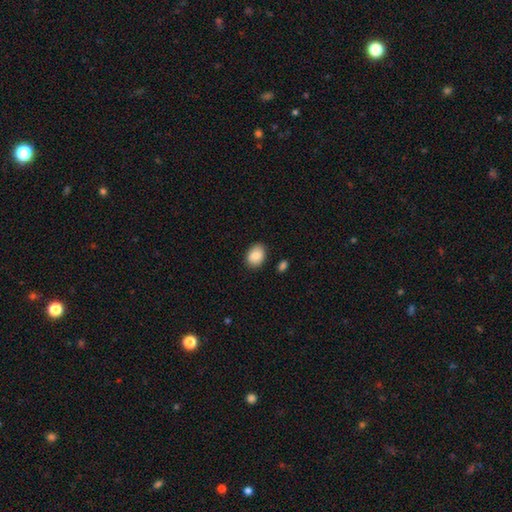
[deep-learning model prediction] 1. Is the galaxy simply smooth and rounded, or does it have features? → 86% smooth, 7% star or artifact, 6% featured or disk.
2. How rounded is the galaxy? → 66% in between, 33% round, 1% cigar-shaped.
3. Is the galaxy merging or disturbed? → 83% none, 12% minor disturbance, 2% major disturbance, 2% merger.